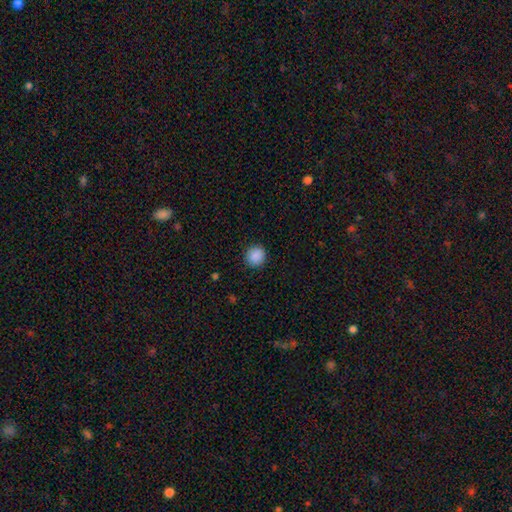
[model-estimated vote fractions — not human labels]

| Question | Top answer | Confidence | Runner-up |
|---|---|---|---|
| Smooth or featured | smooth | 89% | star or artifact (8%) |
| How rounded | round | 90% | in between (9%) |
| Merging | none | 91% | minor disturbance (6%) |